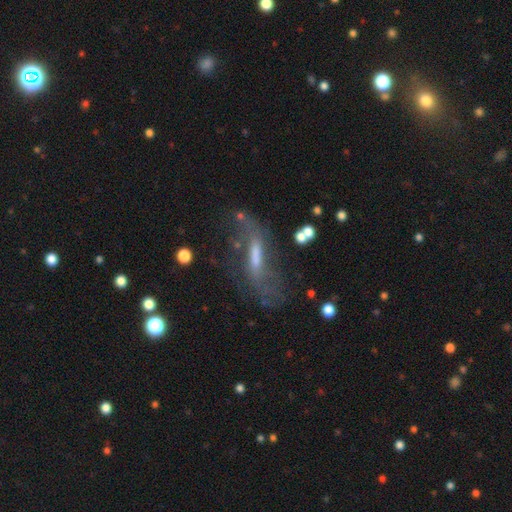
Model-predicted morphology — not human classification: smooth_or_featured: featured or disk (p=0.63) [alt: smooth p=0.25]
disk_edge_on: no (p=0.74) [alt: yes p=0.26]
merging: none (p=0.51) [alt: minor disturbance p=0.22]